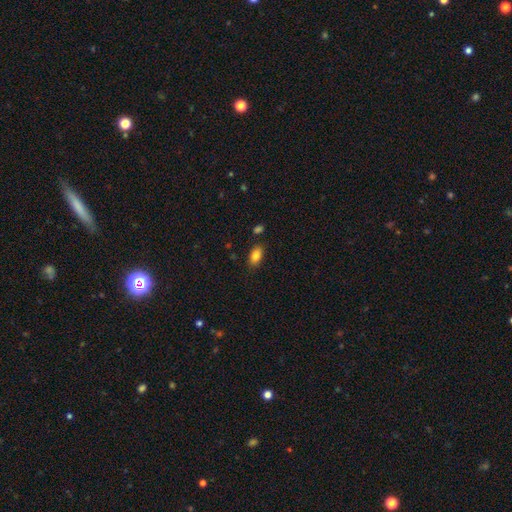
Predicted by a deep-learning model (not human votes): Morphology: type=smooth (85%); roundness=in between (91%); merging=none (82%).